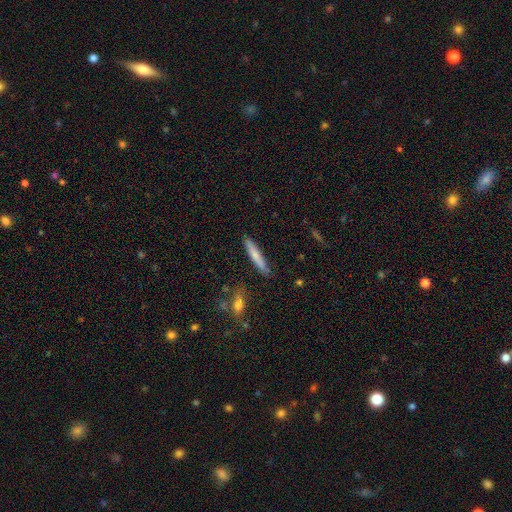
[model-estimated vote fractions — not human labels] This appears to be a smooth galaxy with no disk features (72%) that is cigar-shaped (92%). Merging: none (87%).